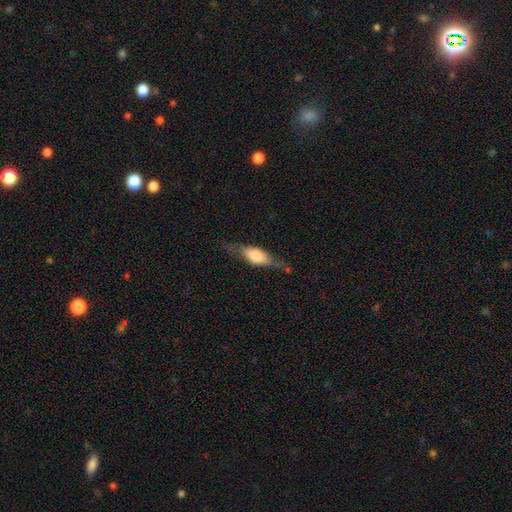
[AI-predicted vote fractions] A smooth galaxy with no disk features (49%). Merging: none (68%).